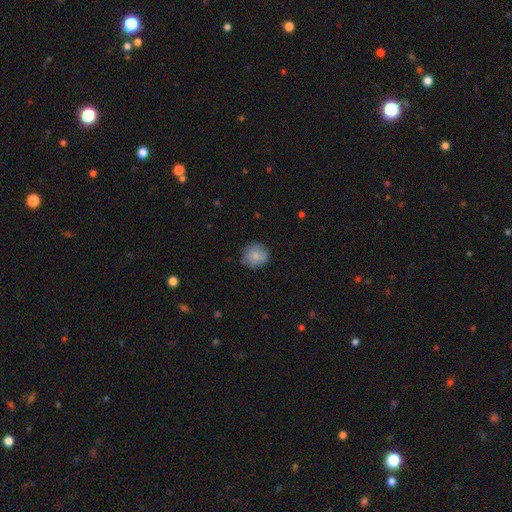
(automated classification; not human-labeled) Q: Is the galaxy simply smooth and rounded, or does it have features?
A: smooth — 80%.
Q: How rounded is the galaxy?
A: round — 88%.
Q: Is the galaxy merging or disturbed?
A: none — 79%.